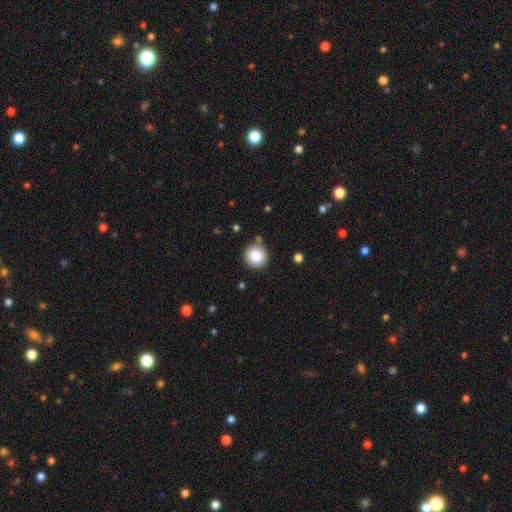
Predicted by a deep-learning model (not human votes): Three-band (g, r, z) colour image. It shows a smooth galaxy with no disk features (83%) that is round (93%). Merging: none (84%).